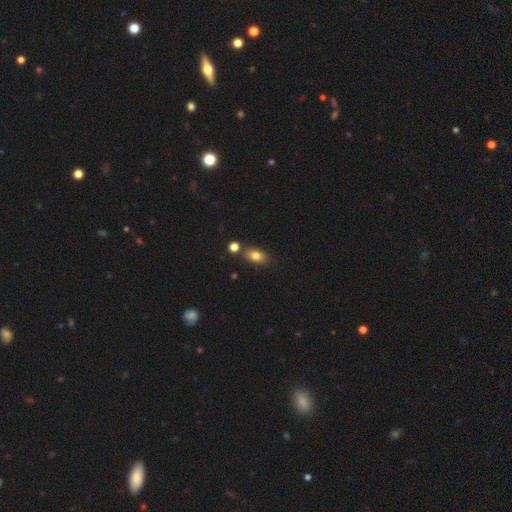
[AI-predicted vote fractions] smooth-or-featured: smooth: 81% | star or artifact: 10% | featured or disk: 9%
  how-rounded: in between: 81% | round: 16% | cigar-shaped: 3%
  merging: none: 74% | minor disturbance: 12% | merger: 10% | major disturbance: 3%